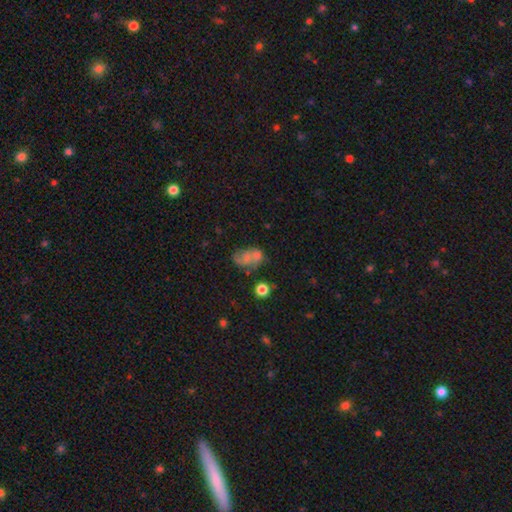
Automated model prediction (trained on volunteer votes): A smooth galaxy with no disk features (46%). Merging: none (37%).